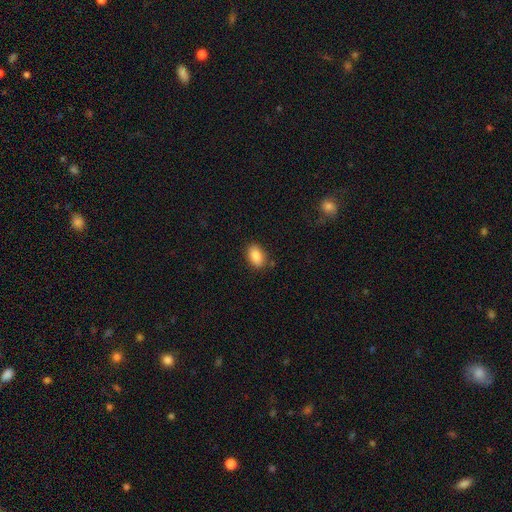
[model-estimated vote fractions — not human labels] The model was most divided on "merging": none: 84%, minor disturbance: 12%, major disturbance: 3%, merger: 2%. More confident: how rounded — in between (90%); smooth or featured — smooth (87%).